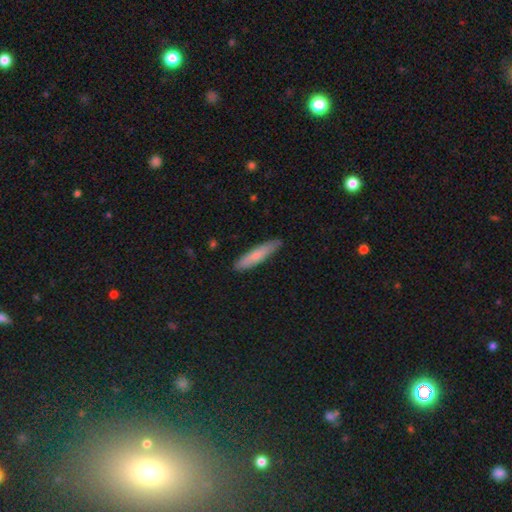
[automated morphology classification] The model was most divided on "smooth or featured": smooth: 72%, featured or disk: 22%, star or artifact: 6%. More confident: how rounded — cigar-shaped (85%); merging — none (82%).